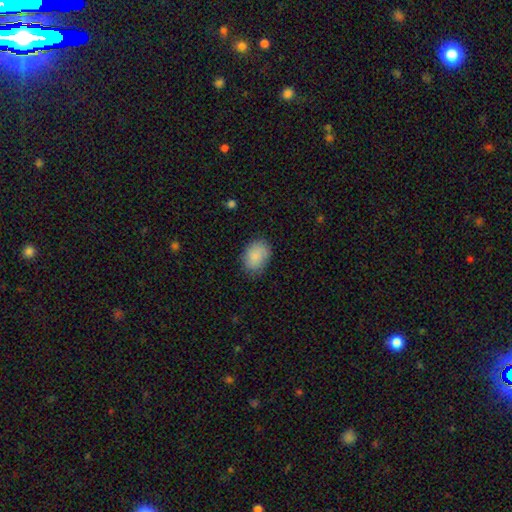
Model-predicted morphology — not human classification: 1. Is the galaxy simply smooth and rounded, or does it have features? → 85% smooth, 8% featured or disk, 7% star or artifact.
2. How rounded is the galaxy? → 71% in between, 27% round, 1% cigar-shaped.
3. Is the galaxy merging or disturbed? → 80% none, 16% minor disturbance, 4% major disturbance, 1% merger.